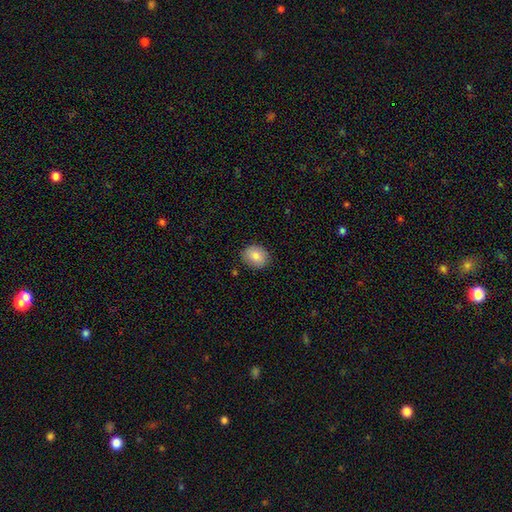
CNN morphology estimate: This appears to be a smooth galaxy with no disk features (83%) that is round (62%). Merging: none (86%).